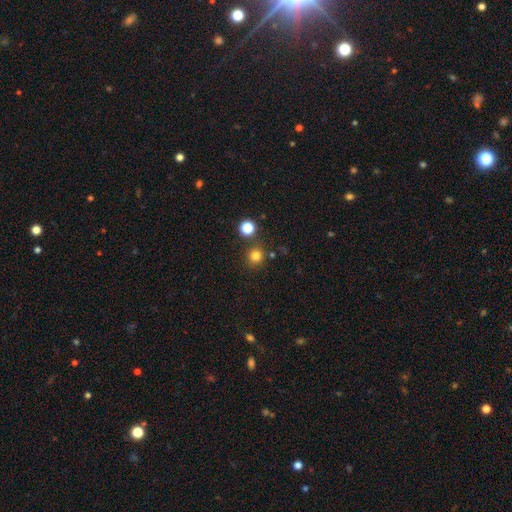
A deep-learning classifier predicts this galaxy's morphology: Smooth or featured? Predicted: smooth (p=0.79). How rounded? Predicted: round (p=0.92). Merging? Predicted: none (p=0.82).